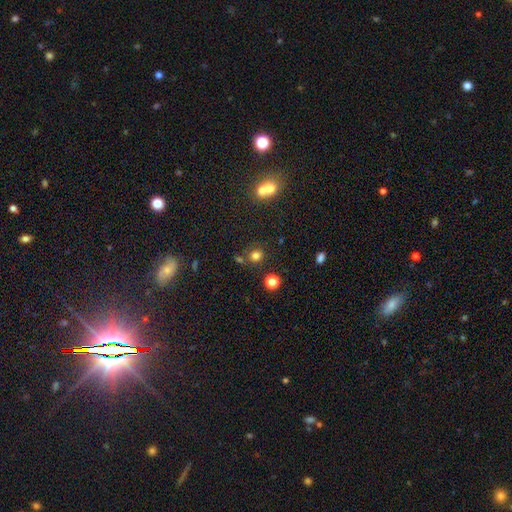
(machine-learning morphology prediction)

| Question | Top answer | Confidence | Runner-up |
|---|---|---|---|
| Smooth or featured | smooth | 76% | star or artifact (17%) |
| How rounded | round | 82% | in between (17%) |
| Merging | none | 72% | merger (15%) |